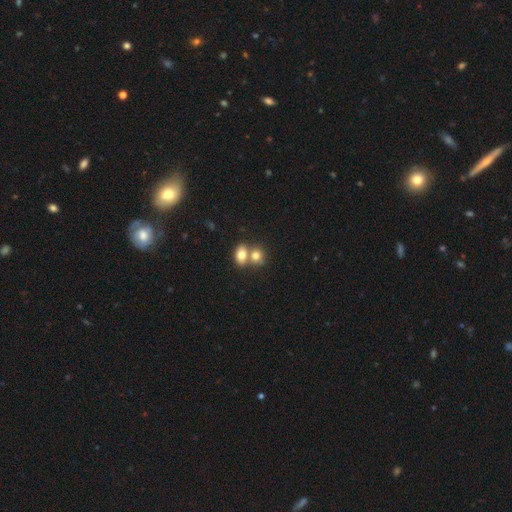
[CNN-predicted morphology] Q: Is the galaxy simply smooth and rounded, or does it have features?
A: smooth — 78%.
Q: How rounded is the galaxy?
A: in between — 52%.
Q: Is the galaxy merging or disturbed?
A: merger — 61%.